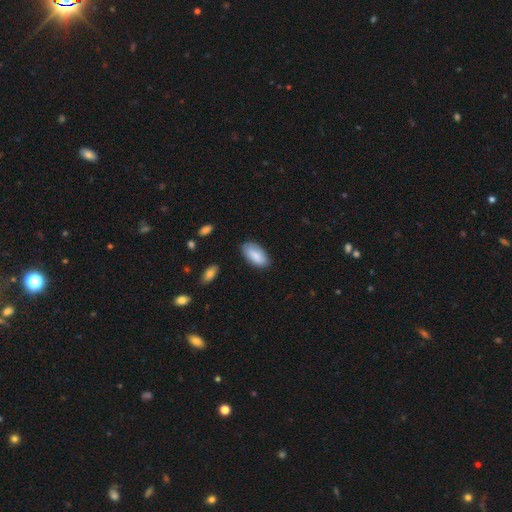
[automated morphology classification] Smooth or featured: smooth — 85% (featured or disk — 9%)
How rounded: in between — 93% (cigar-shaped — 5%)
Merging: none — 79% (minor disturbance — 16%)